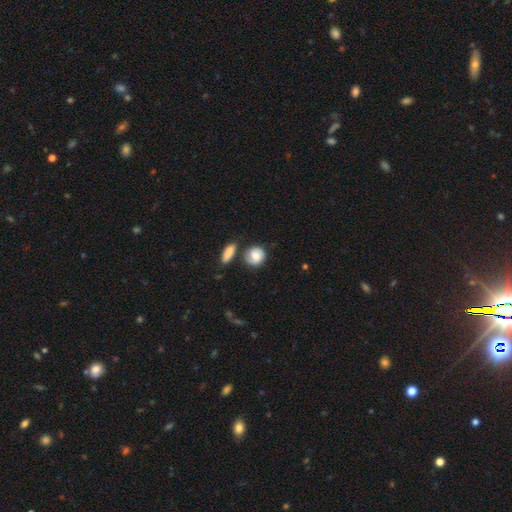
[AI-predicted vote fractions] Smooth or featured: smooth — 74% (featured or disk — 19%)
How rounded: round — 75% (in between — 23%)
Merging: none — 59% (minor disturbance — 19%)